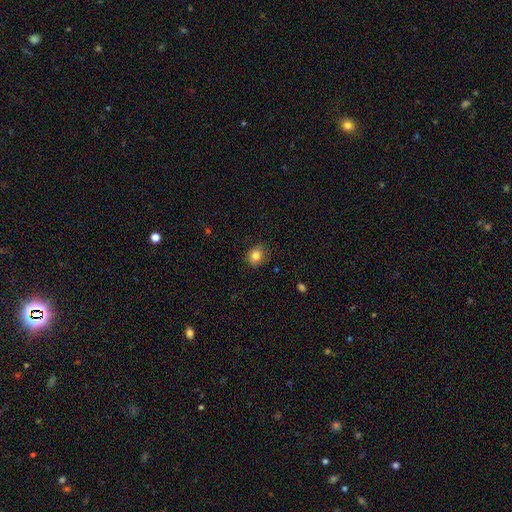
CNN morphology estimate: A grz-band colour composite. It shows a smooth galaxy with no disk features (83%) that is round (68%). Merging: none (81%).